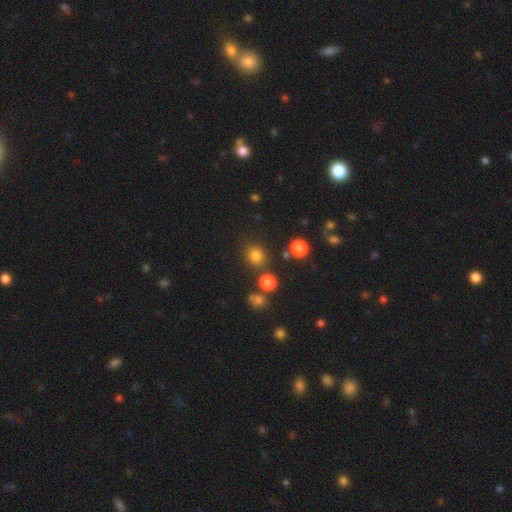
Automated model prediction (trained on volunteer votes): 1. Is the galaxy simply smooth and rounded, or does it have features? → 79% smooth, 16% star or artifact, 5% featured or disk.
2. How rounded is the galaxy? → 80% round, 19% in between, 1% cigar-shaped.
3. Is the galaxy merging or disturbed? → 80% none, 9% minor disturbance, 7% merger, 4% major disturbance.